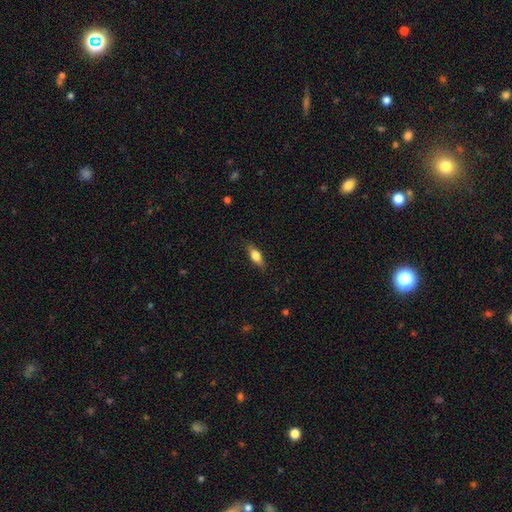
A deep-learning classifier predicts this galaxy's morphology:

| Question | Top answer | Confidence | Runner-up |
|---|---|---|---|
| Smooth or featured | smooth | 63% | featured or disk (30%) |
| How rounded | in between | 63% | cigar-shaped (33%) |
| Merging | none | 84% | minor disturbance (13%) |